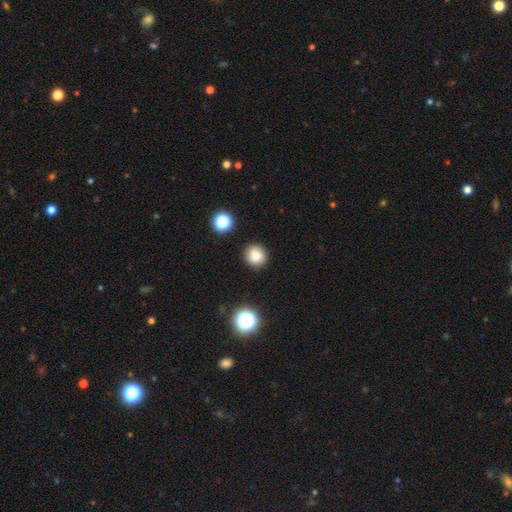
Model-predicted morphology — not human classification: Smooth or featured? smooth (83%)
How rounded? round (89%)
Merging? none (88%)